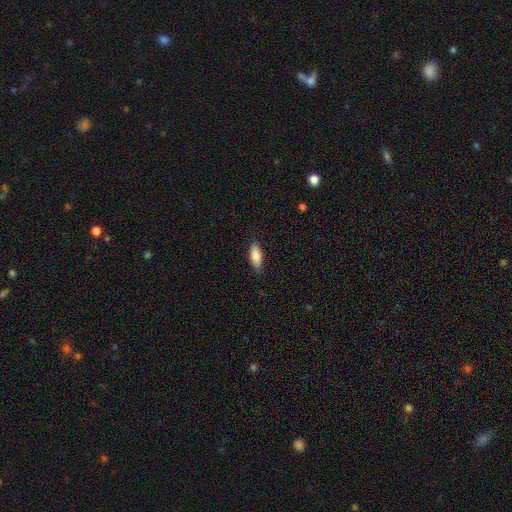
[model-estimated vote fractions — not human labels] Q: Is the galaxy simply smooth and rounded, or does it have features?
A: smooth — 86%.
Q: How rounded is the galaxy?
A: in between — 77%.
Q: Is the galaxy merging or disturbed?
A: none — 86%.